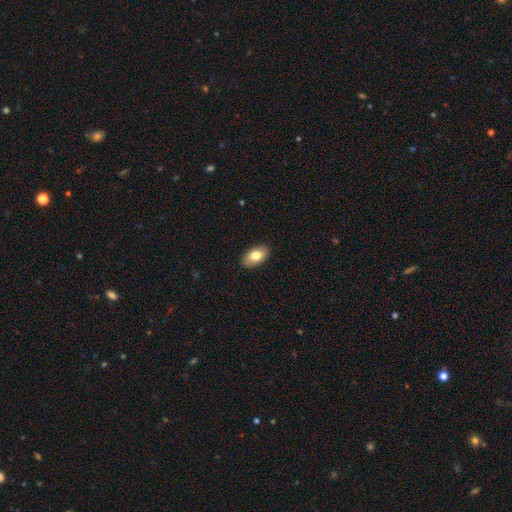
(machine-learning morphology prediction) This is likely a smooth galaxy (79%). How rounded: clearly in between (93%). Merging: clearly none (89%).